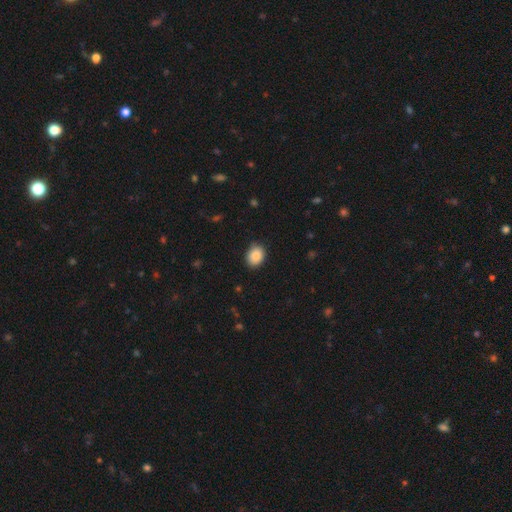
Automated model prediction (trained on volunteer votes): This appears to be a smooth galaxy with no disk features (86%) that is in between round and cigar-shaped (59%). Merging: none (87%).